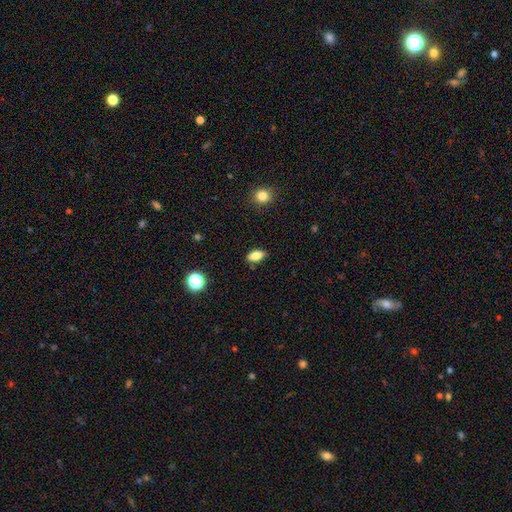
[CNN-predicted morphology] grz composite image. It shows a smooth galaxy with no disk features (82%) that is in between round and cigar-shaped (88%). Merging: none (84%).